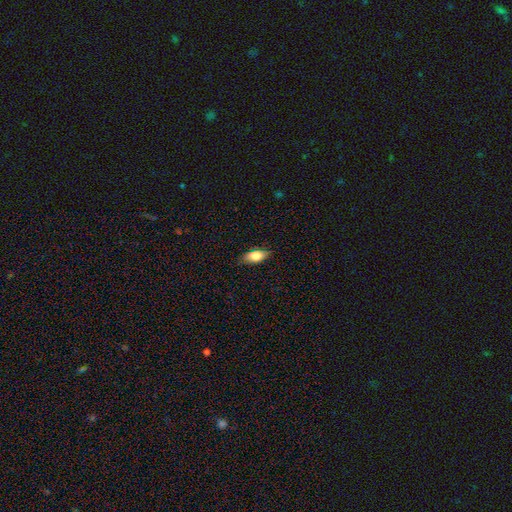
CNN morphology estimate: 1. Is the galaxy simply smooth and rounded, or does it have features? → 80% smooth, 13% featured or disk, 7% star or artifact.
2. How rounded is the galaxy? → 89% in between, 7% cigar-shaped, 4% round.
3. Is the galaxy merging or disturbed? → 80% none, 16% minor disturbance, 3% major disturbance, 1% merger.